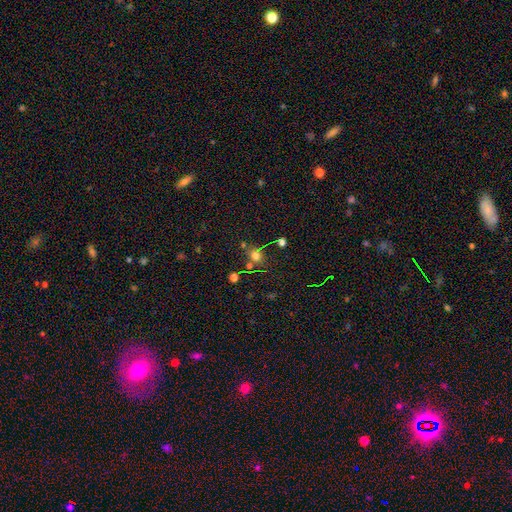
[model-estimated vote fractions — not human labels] This appears to be a smooth galaxy with no disk features (64%) that is round (75%). Merging: none (65%).